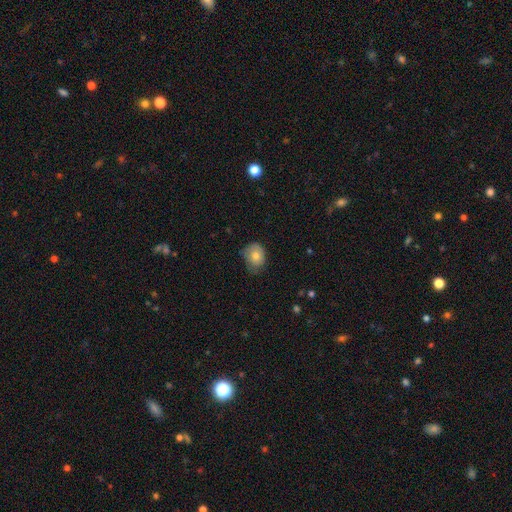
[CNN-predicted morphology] smooth 73%, featured or disk 19%, star or artifact 8%. Down the decision tree: how rounded — round (54%); merging — none (54%).